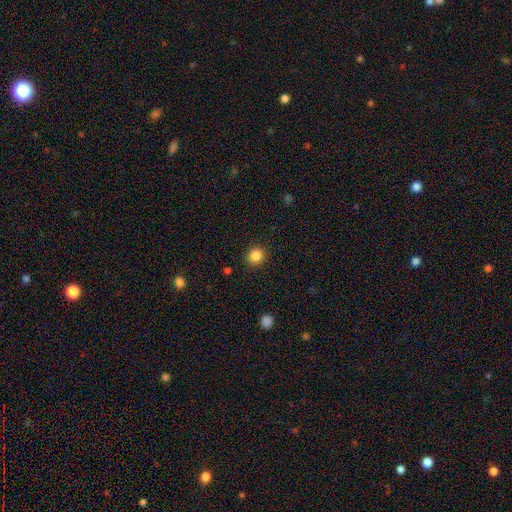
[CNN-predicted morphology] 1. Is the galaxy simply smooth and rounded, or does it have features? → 86% smooth, 11% star or artifact, 4% featured or disk.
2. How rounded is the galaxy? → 87% round, 12% in between, 1% cigar-shaped.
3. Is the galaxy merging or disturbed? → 90% none, 7% minor disturbance, 2% major disturbance, 1% merger.